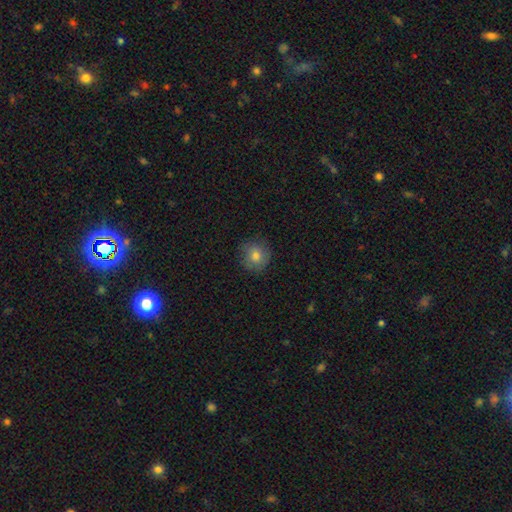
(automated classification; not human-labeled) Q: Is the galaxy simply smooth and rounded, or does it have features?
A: smooth — 78%.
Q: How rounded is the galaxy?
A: round — 91%.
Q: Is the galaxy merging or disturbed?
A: none — 83%.